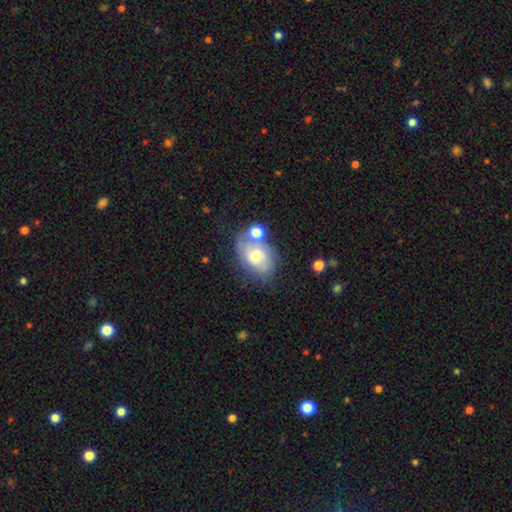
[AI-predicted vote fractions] smooth-or-featured: smooth: 46% | featured or disk: 44% | star or artifact: 10%
  merging: none: 46% | minor disturbance: 22% | merger: 21% | major disturbance: 11%